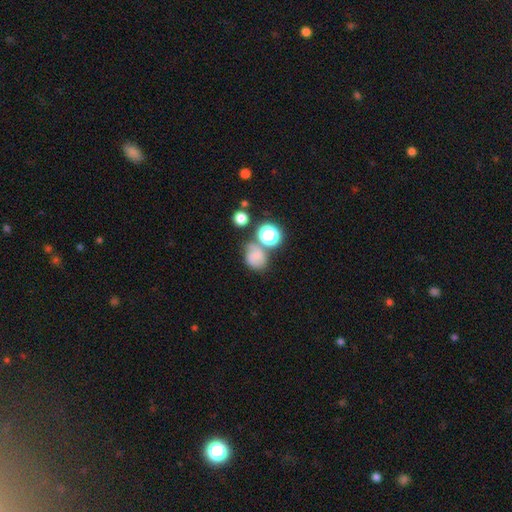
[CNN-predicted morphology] Smooth or featured? smooth (59%)
How rounded? round (59%)
Merging? none (50%)